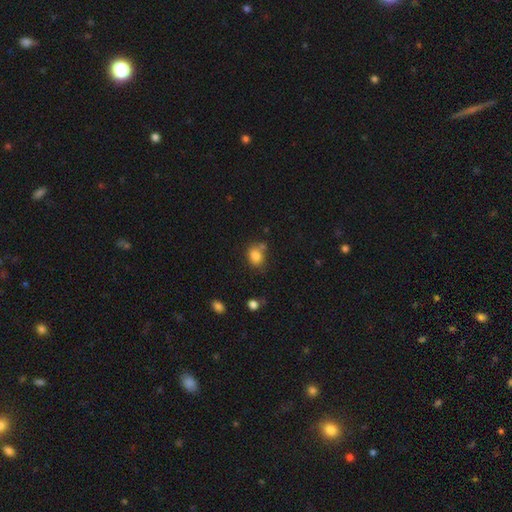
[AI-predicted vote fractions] Smooth or featured? smooth (83%)
How rounded? in between (50%)
Merging? none (62%)